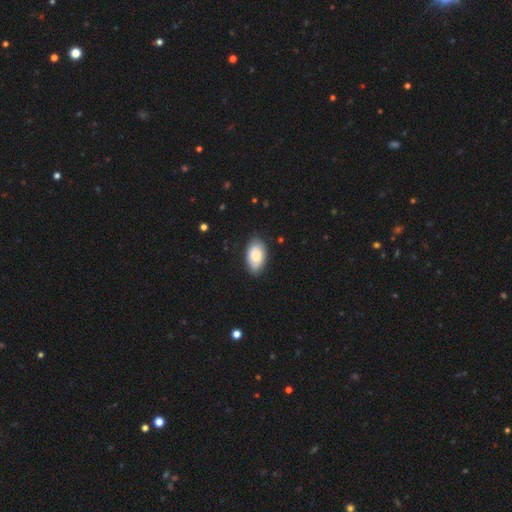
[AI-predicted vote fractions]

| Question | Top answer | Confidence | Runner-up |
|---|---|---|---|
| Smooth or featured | smooth | 80% | featured or disk (13%) |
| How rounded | in between | 95% | round (4%) |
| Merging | none | 80% | minor disturbance (16%) |